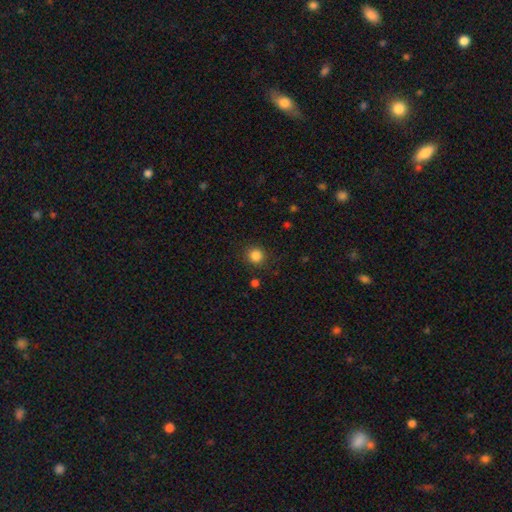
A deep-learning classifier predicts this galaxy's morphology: Smooth or featured? Predicted: smooth (p=0.84). How rounded? Predicted: round (p=0.90). Merging? Predicted: none (p=0.87).